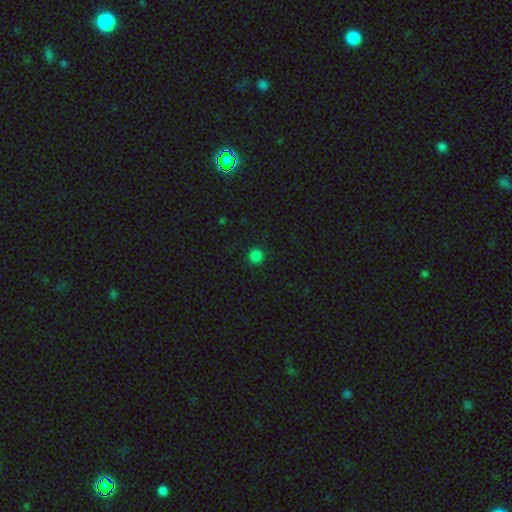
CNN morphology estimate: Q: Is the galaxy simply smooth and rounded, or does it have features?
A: smooth — 83%.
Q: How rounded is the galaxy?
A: round — 95%.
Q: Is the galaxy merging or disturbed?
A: none — 92%.